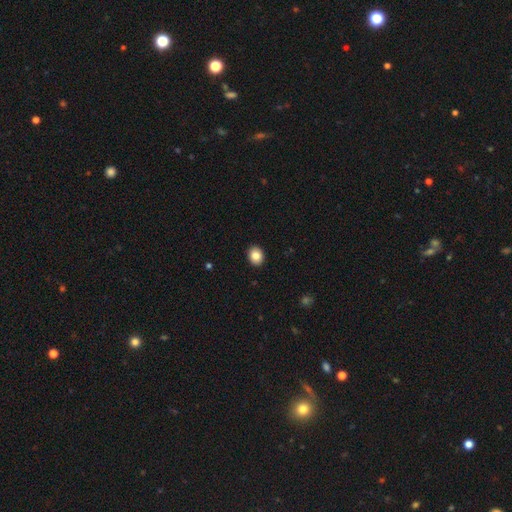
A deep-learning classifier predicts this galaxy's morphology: This appears to be a smooth galaxy with no disk features (85%) that is in between round and cigar-shaped (53%). Merging: none (92%).